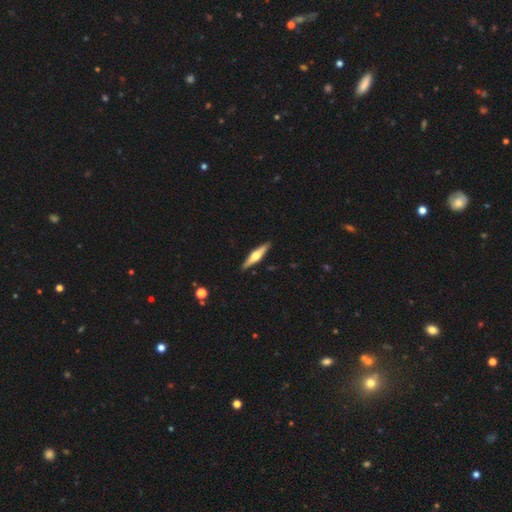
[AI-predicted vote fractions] Morphology: type=featured or disk (60%); edge-on=yes (96%); edge-on bulge=rounded (91%); merging=none (91%).